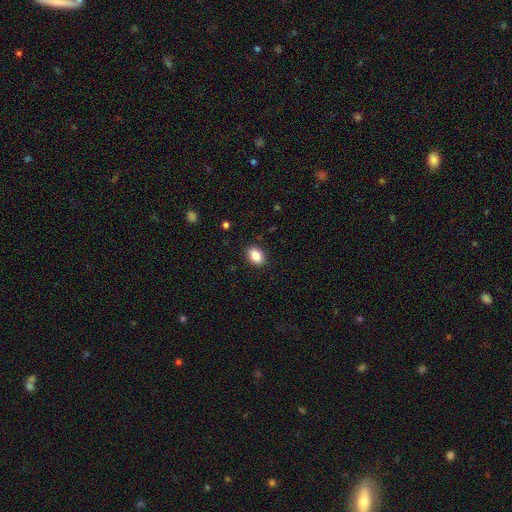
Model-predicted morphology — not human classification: Overall: smooth (87%). How rounded: in between (82%). Merging: none (89%).